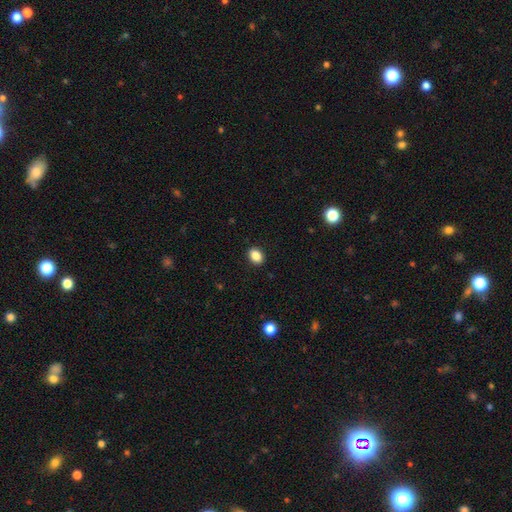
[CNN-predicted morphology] The model was most divided on "how rounded": in between: 67%, round: 32%, cigar-shaped: 1%. More confident: merging — none (91%); smooth or featured — smooth (87%).